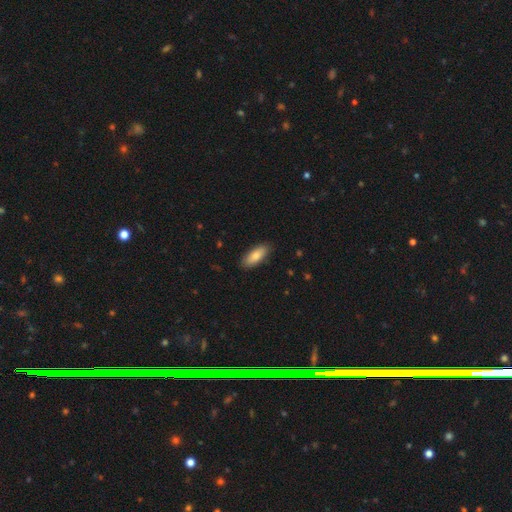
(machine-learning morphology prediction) This is clearly a smooth galaxy (81%). How rounded: likely in between (78%). Merging: clearly none (87%).